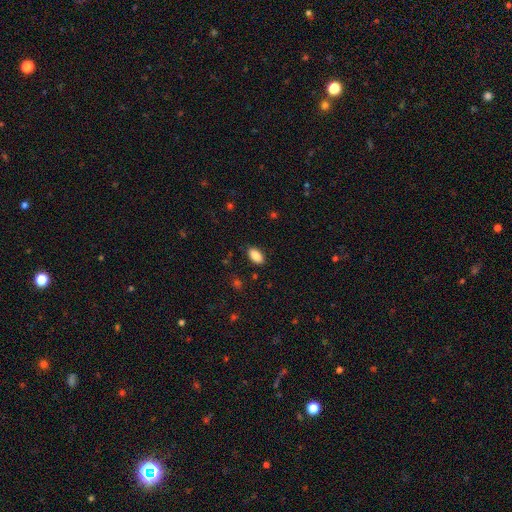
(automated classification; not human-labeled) Smooth or featured? smooth (89%)
How rounded? in between (93%)
Merging? none (87%)